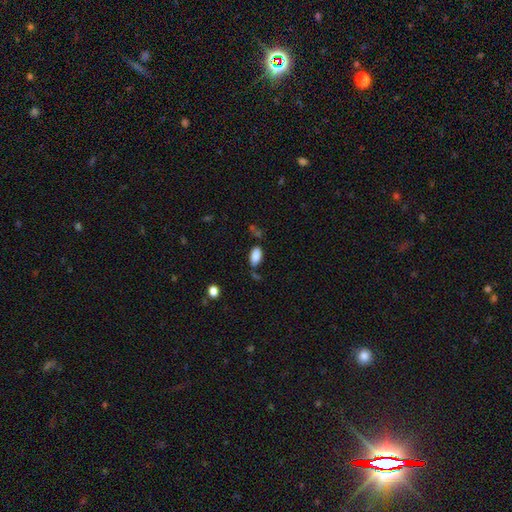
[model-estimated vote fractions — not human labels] This is clearly a smooth galaxy (85%). How rounded: clearly in between (92%). Merging: likely none (64%).